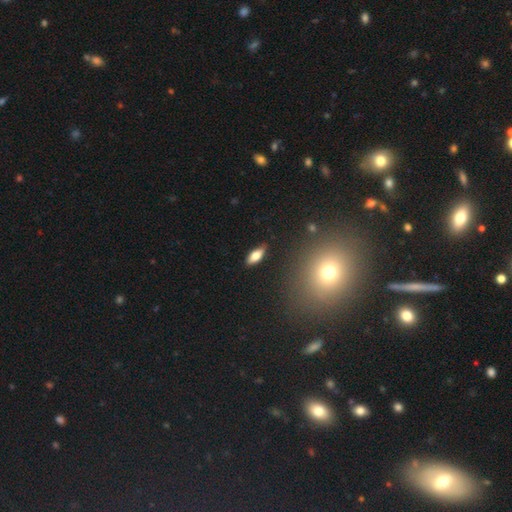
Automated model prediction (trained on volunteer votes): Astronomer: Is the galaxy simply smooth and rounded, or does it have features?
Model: smooth — 69%.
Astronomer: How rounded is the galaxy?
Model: in between — 74%.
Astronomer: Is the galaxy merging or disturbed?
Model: none — 86%.